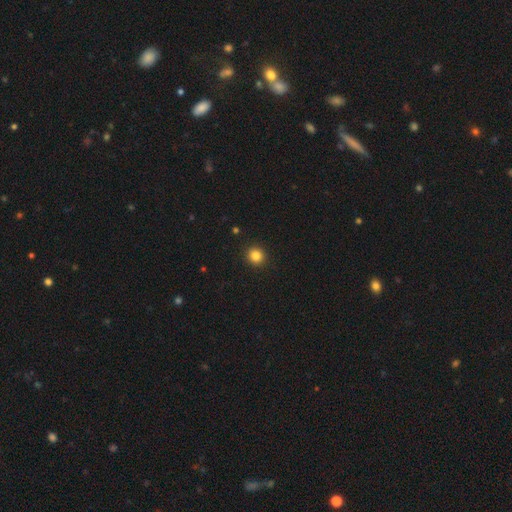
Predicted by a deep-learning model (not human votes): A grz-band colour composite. It shows a smooth galaxy with no disk features (84%) that is round (90%). Merging: none (93%).